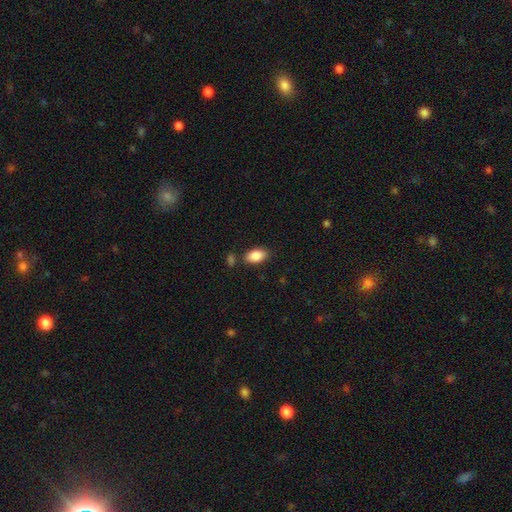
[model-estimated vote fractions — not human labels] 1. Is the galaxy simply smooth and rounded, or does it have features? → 86% smooth, 7% star or artifact, 6% featured or disk.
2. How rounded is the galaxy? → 93% in between, 5% round, 3% cigar-shaped.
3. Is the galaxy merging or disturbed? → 80% none, 12% minor disturbance, 6% merger, 3% major disturbance.